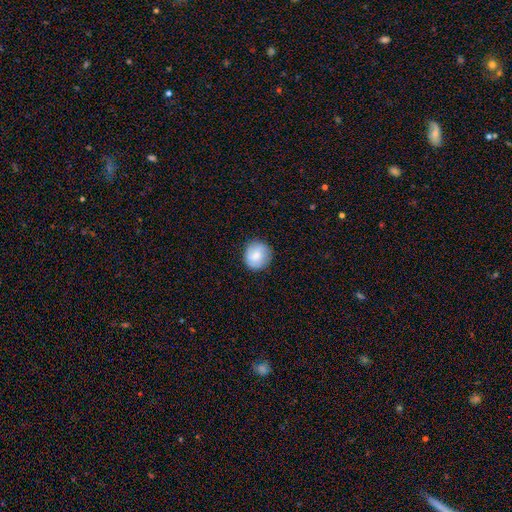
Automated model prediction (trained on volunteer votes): Morphology: type=smooth (75%); roundness=round (90%); merging=none (84%).